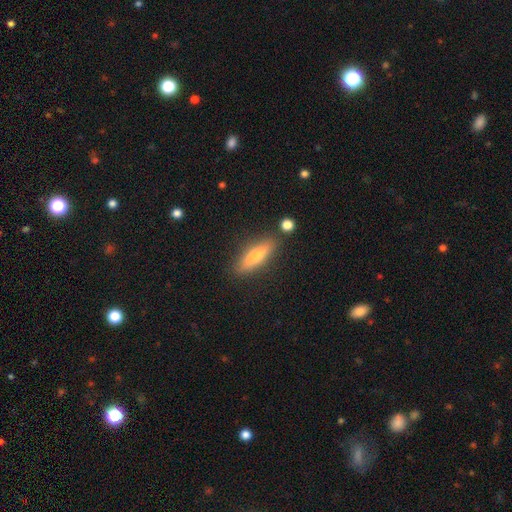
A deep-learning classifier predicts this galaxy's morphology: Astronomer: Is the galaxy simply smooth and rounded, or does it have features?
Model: smooth — 61%.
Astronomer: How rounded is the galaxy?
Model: cigar-shaped — 62%.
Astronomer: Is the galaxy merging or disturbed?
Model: none — 84%.